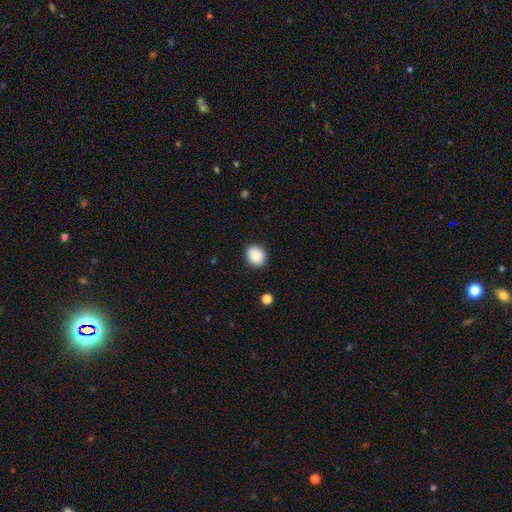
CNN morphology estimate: Smooth or featured: smooth — 89% (star or artifact — 8%)
How rounded: round — 60% (in between — 39%)
Merging: none — 87% (minor disturbance — 9%)